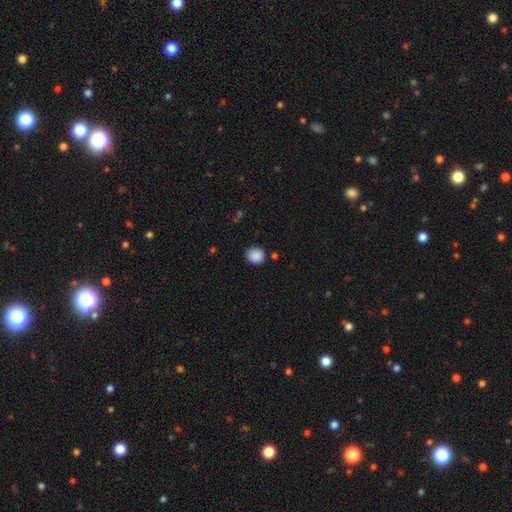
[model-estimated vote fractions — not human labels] Q: Smooth or featured?
A: smooth (88%); runner-up: star or artifact (9%)
Q: How rounded?
A: round (82%); runner-up: in between (17%)
Q: Merging?
A: none (85%); runner-up: minor disturbance (10%)